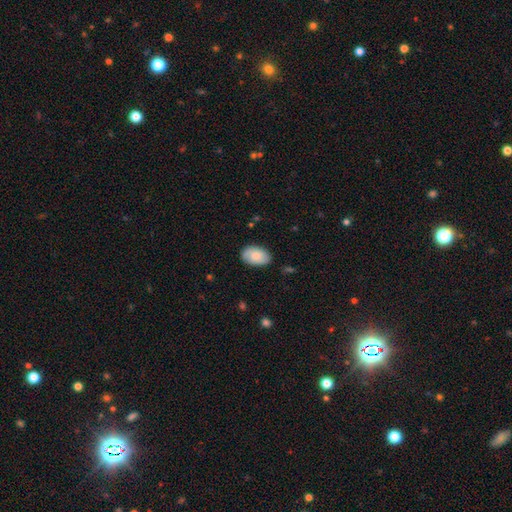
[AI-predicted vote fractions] This appears to be a smooth galaxy with no disk features (77%) that is in between round and cigar-shaped (91%). Merging: none (82%).